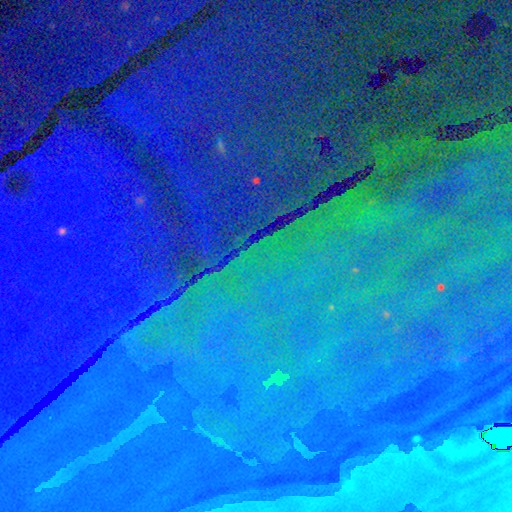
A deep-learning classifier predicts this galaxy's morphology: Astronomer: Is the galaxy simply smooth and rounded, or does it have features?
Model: star or artifact — 87%.